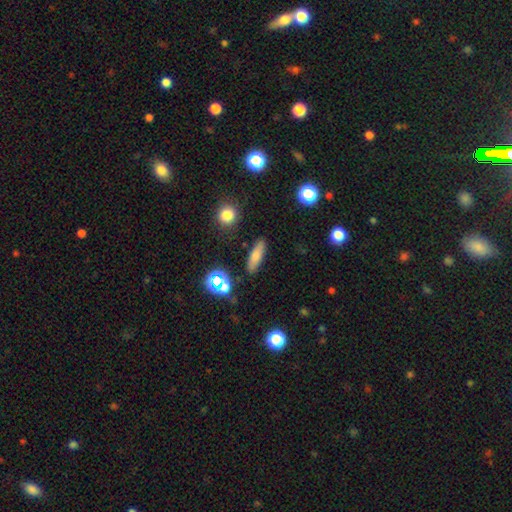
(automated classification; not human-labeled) A smooth galaxy with no disk features (71%) that is cigar-shaped (51%). Merging: none (86%).